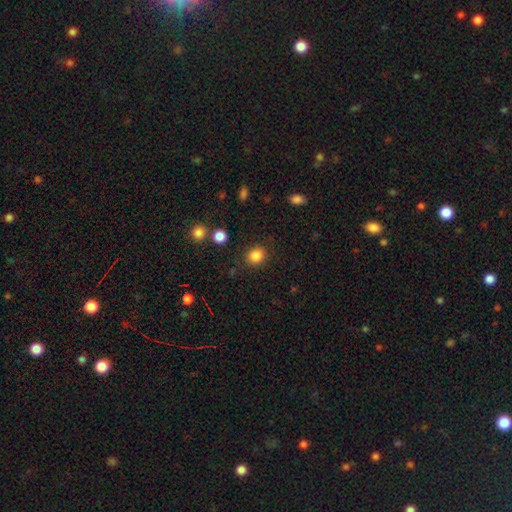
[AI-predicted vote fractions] Q: Smooth or featured?
A: smooth (85%); runner-up: star or artifact (11%)
Q: How rounded?
A: round (72%); runner-up: in between (27%)
Q: Merging?
A: none (86%); runner-up: minor disturbance (8%)